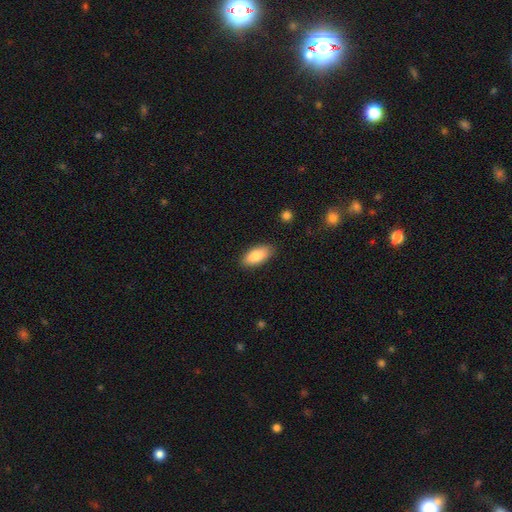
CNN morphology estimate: Overall: smooth (83%). How rounded: in between (89%). Merging: none (87%).